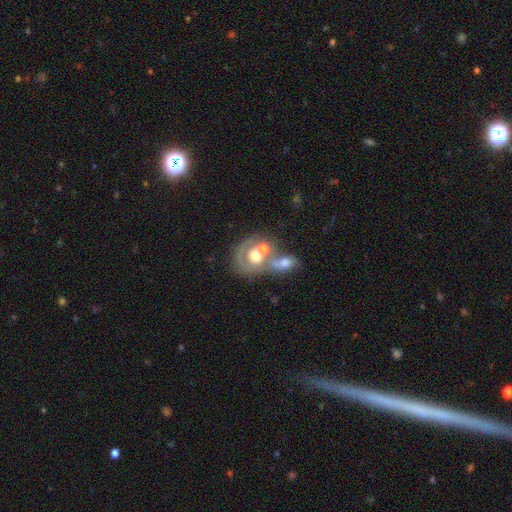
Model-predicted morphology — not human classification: Smooth or featured: featured or disk — 54% (smooth — 36%)
Edge-on disk: no — 97% (yes — 3%)
Bar: no — 86% (weak — 10%)
Spiral arms: no — 73% (yes — 27%)
Bulge size: moderate — 58% (large — 24%)
Merging: merger — 55% (none — 24%)